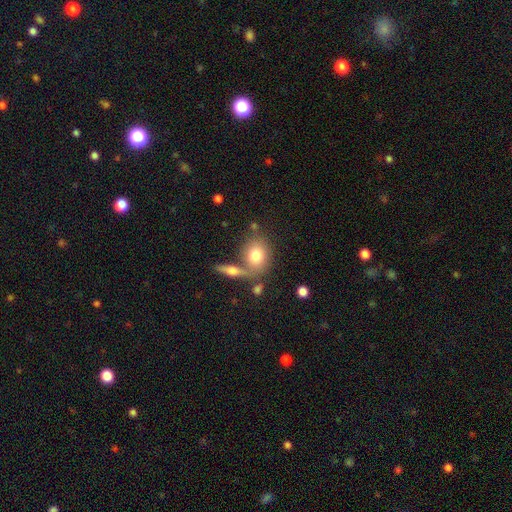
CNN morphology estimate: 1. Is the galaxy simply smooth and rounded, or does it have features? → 75% smooth, 17% featured or disk, 8% star or artifact.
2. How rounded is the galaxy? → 51% round, 47% in between, 3% cigar-shaped.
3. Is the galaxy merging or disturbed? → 56% none, 26% merger, 12% minor disturbance, 5% major disturbance.